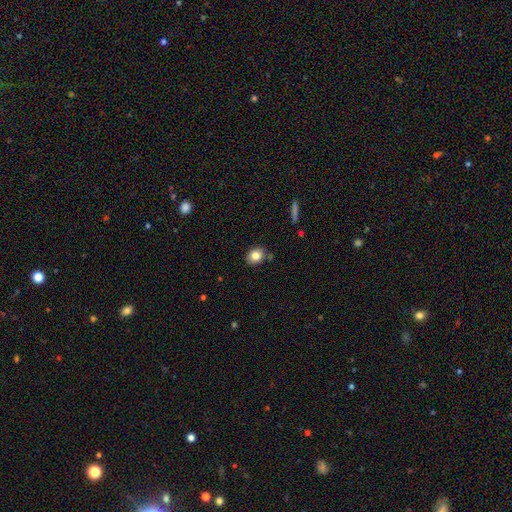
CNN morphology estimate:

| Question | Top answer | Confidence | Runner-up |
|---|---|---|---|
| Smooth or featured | smooth | 82% | star or artifact (9%) |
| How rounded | round | 59% | in between (40%) |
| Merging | none | 82% | minor disturbance (12%) |